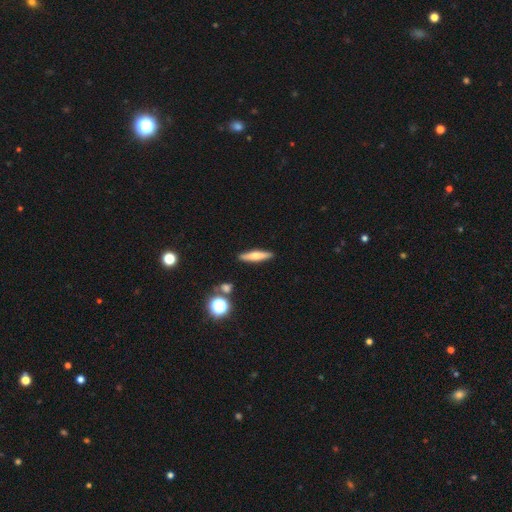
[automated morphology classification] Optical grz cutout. It shows a smooth galaxy with no disk features (53%) that is cigar-shaped (83%). Merging: none (89%).